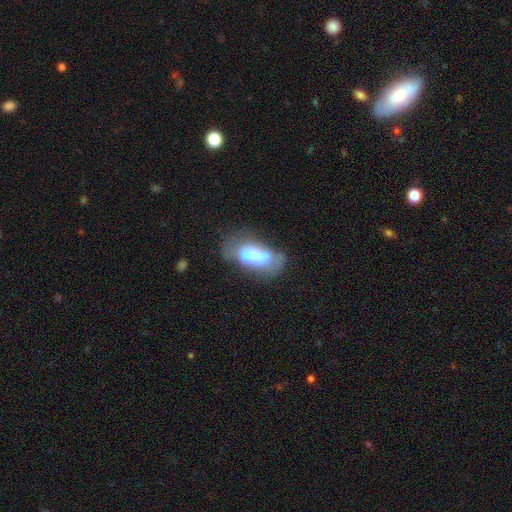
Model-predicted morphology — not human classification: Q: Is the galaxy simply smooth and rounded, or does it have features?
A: smooth — 50%.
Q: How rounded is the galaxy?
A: in between — 86%.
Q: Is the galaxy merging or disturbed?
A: merger — 51%.